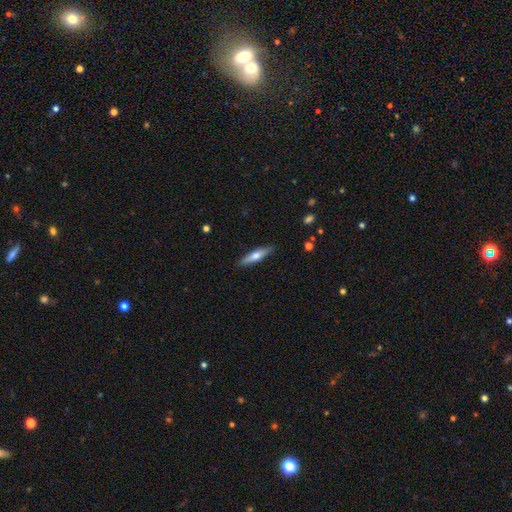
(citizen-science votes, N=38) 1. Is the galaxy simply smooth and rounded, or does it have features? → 47% smooth (tied), 47% featured or disk (tied), 5% star or artifact.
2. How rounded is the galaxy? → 72% cigar-shaped, 22% in between, 6% round.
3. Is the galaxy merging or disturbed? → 97% none, 3% major disturbance, 0% minor disturbance, 0% merger.